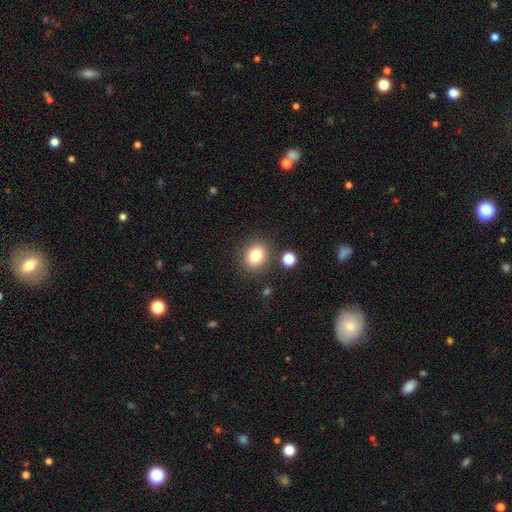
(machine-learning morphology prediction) A smooth galaxy with no disk features (82%) that is round (62%).

Vote fractions:
- Smooth or featured? smooth: 82% / star or artifact: 11% / featured or disk: 8%
- How rounded? round: 62% / in between: 37% / cigar-shaped: 1%
- Merging? none: 84% / minor disturbance: 9% / merger: 4% / major disturbance: 3%